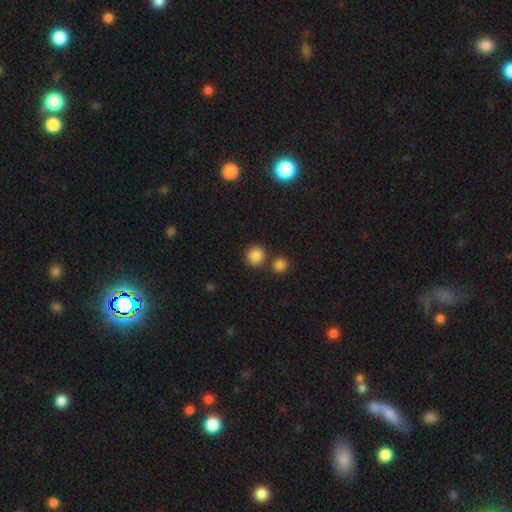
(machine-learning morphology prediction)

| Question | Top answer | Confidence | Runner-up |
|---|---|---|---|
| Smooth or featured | smooth | 85% | star or artifact (10%) |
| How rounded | round | 88% | in between (11%) |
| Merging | none | 75% | merger (14%) |